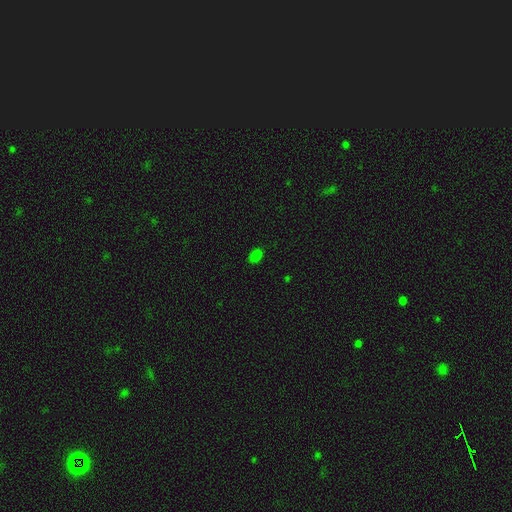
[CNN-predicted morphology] Q: Smooth or featured?
A: smooth (80%); runner-up: star or artifact (17%)
Q: How rounded?
A: in between (83%); runner-up: round (15%)
Q: Merging?
A: none (87%); runner-up: minor disturbance (9%)